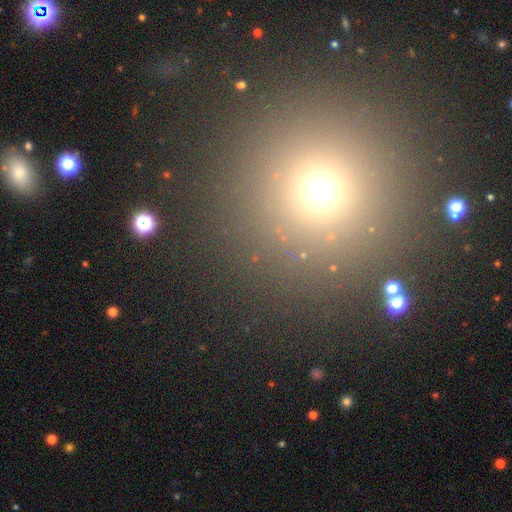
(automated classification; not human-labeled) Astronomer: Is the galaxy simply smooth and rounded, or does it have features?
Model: smooth — 61%.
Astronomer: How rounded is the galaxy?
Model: round — 95%.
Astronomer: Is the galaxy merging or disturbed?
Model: none — 89%.